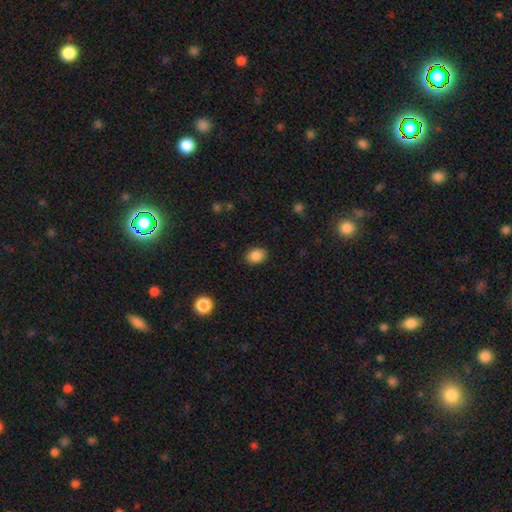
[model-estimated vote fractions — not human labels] A smooth galaxy with no disk features (88%) that is in between round and cigar-shaped (68%).

Vote fractions:
- Smooth or featured? smooth: 88% / star or artifact: 9% / featured or disk: 4%
- How rounded? in between: 68% / round: 31% / cigar-shaped: 1%
- Merging? none: 88% / minor disturbance: 8% / major disturbance: 2% / merger: 1%